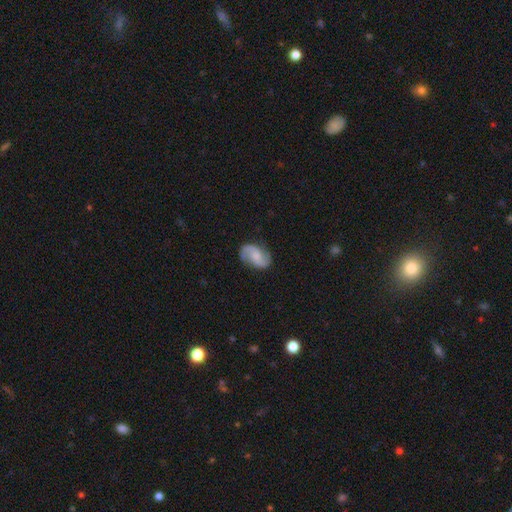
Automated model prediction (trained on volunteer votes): The model was most divided on "spiral winding": medium: 45%, loose: 40%, tight: 15%. Remaining: edge-on disk — no (98%); spiral arms — yes (96%); spiral arm count — 2 (93%); merging — none (81%); smooth or featured — featured or disk (78%); bar — no (53%); bulge size — none (35%).